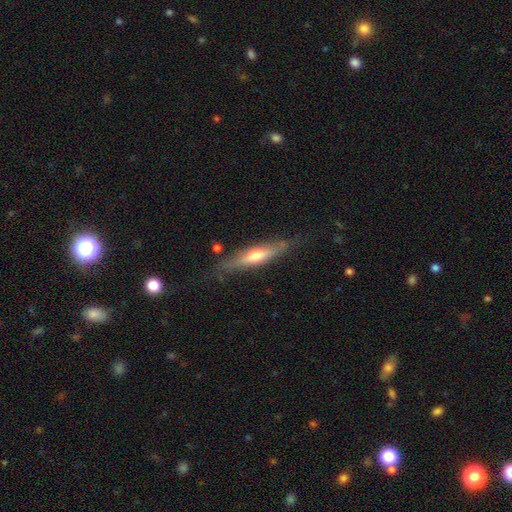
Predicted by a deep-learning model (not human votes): Smooth or featured? Predicted: featured or disk (p=0.54). Edge-on disk? Predicted: yes (p=0.90). Merging? Predicted: none (p=0.78).